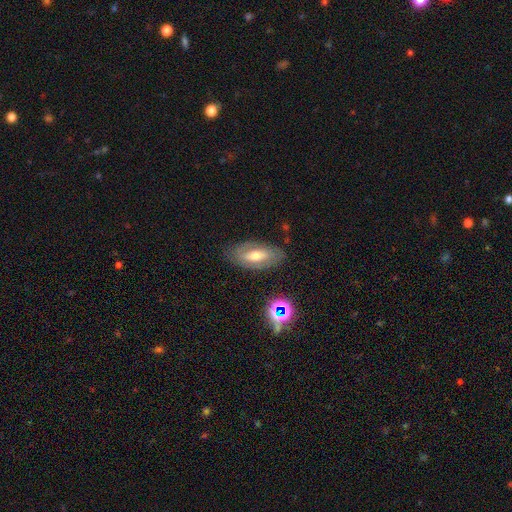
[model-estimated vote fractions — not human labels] A featured or disk galaxy (53%). Merging: none (78%).